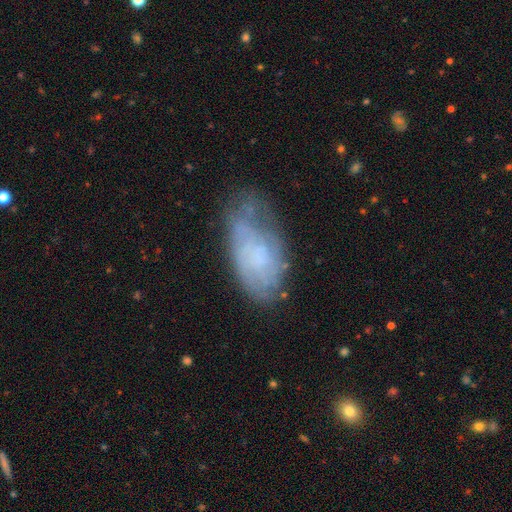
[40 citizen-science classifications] Smooth or featured?
  - featured or disk: 50% *
  - smooth: 42%
  - star or artifact: 8%
Edge-on disk?
  - no: 100% *
  - yes: 0%
Bar?
  - no: 95% *
  - weak: 5%
  - strong: 0%
Spiral arms?
  - yes: 60% *
  - no: 40%
Spiral winding?
  - tight: 50% *
  - medium: 33%
  - loose: 17%
Spiral arm count?
  - can't tell: 83% *
  - 2: 8%
  - more than 4: 8%
  - 1: 0%
  - 3: 0%
  - 4: 0%
Bulge size?
  - none: 50% *
  - moderate: 20%
  - small: 20%
  - dominant: 5%
  - large: 5%
Merging?
  - none: 57% *
  - minor disturbance: 24%
  - major disturbance: 14%
  - merger: 5%